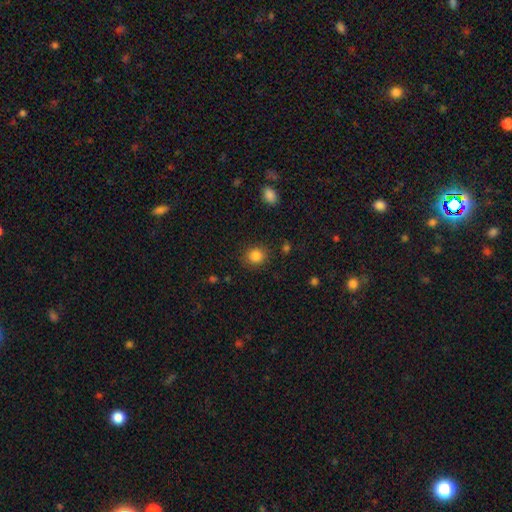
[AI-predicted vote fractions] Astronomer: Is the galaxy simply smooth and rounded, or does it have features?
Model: smooth — 85%.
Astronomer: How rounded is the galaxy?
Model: round — 79%.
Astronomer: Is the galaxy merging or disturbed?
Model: none — 86%.